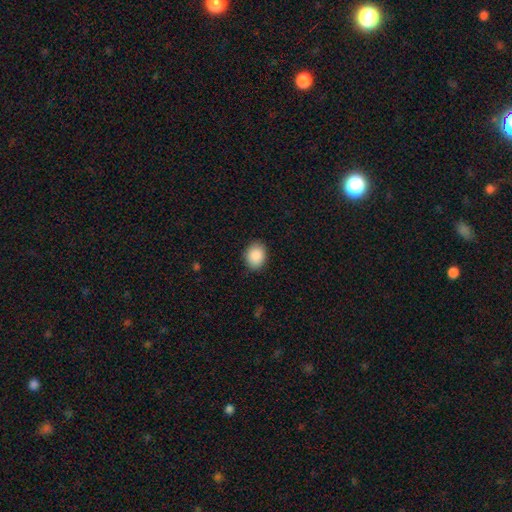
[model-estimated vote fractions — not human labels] Smooth or featured? Predicted: smooth (p=0.90). How rounded? Predicted: in between (p=0.57). Merging? Predicted: none (p=0.88).